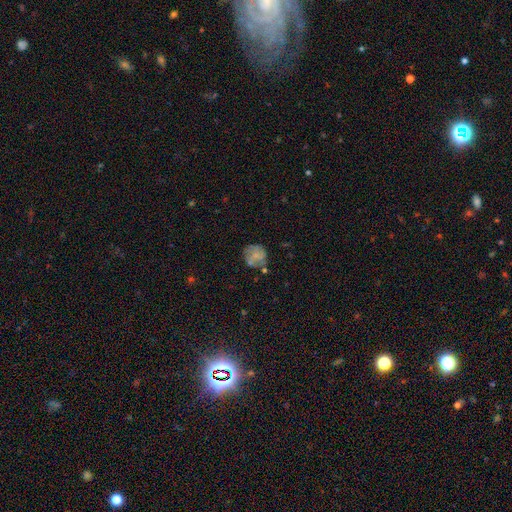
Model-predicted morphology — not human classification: type=smooth (52%); roundness=round (82%); merging=none (61%).